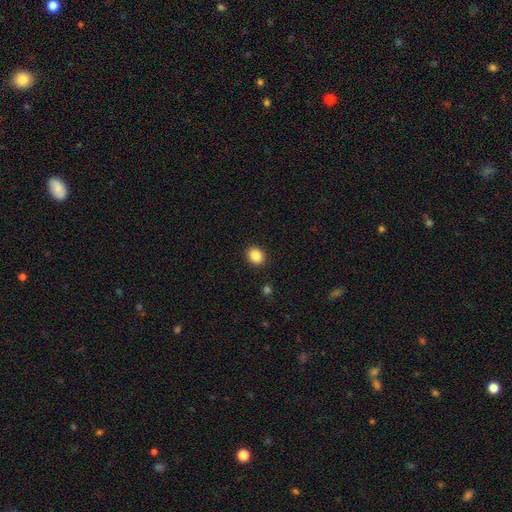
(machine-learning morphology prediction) A smooth galaxy with no disk features (87%) that is round (66%). Merging: none (91%).